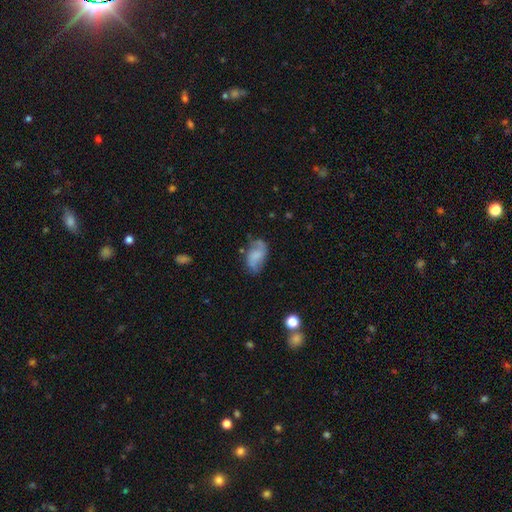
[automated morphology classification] This is possibly a smooth galaxy (48%). Merging: possibly none (57%).